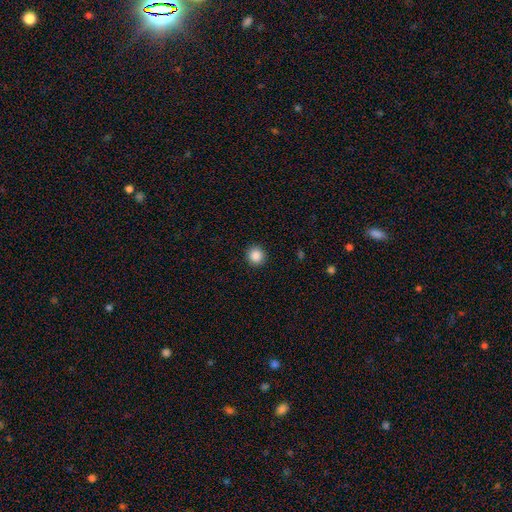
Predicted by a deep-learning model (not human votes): Smooth or featured? Predicted: smooth (p=0.87). How rounded? Predicted: round (p=0.94). Merging? Predicted: none (p=0.92).